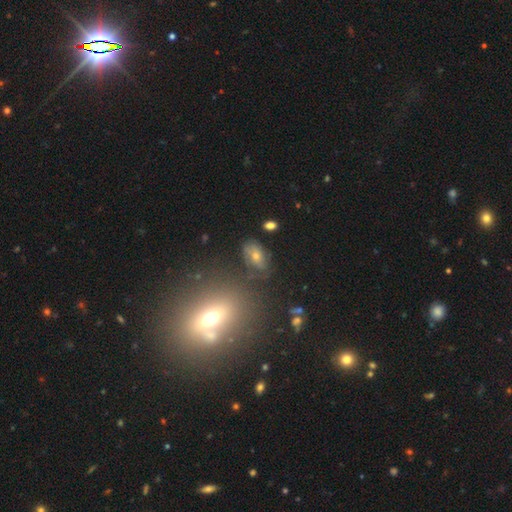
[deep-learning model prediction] smooth 51%, featured or disk 35%, star or artifact 14%. Down the decision tree: how rounded — in between (86%); merging — none (60%).